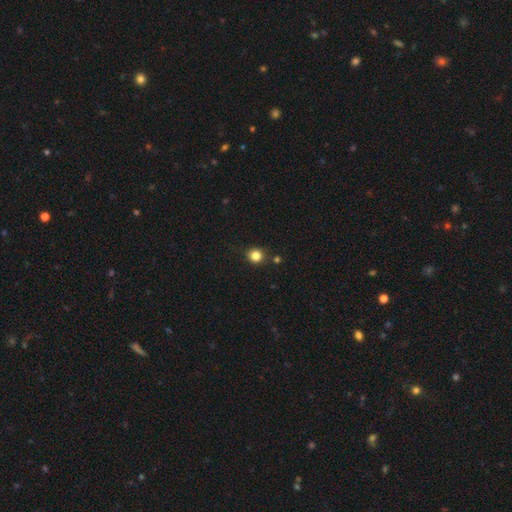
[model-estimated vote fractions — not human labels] Smooth or featured? Predicted: smooth (p=0.83). How rounded? Predicted: round (p=0.90). Merging? Predicted: none (p=0.86).